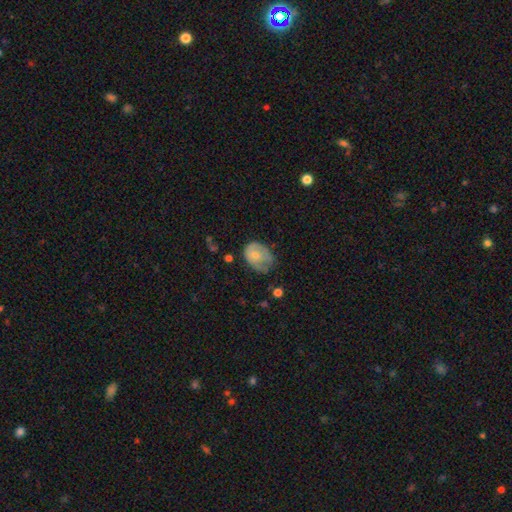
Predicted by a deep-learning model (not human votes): A smooth galaxy with no disk features (60%) that is in between round and cigar-shaped (63%).

Vote fractions:
- Smooth or featured? smooth: 60% / featured or disk: 32% / star or artifact: 7%
- How rounded? in between: 63% / round: 36% / cigar-shaped: 1%
- Merging? minor disturbance: 40% / none: 33% / major disturbance: 25% / merger: 2%